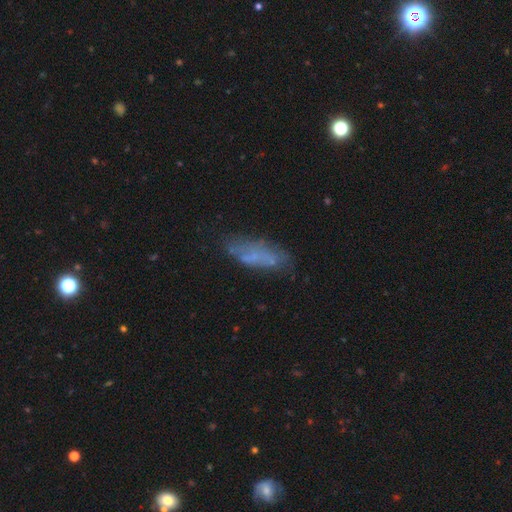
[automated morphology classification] A smooth galaxy with no disk features (51%) that is in between round and cigar-shaped (55%).

Vote fractions:
- Smooth or featured? smooth: 51% / featured or disk: 36% / star or artifact: 13%
- How rounded? in between: 55% / cigar-shaped: 42% / round: 2%
- Merging? none: 62% / minor disturbance: 23% / major disturbance: 11% / merger: 4%